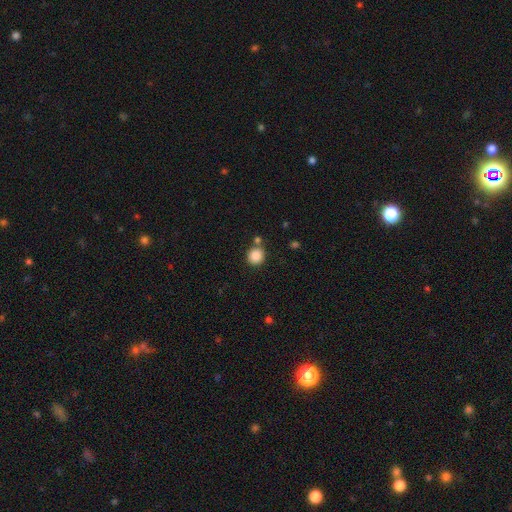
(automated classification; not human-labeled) smooth 87%, star or artifact 9%, featured or disk 4%. Down the decision tree: how rounded — round (89%); merging — none (77%).